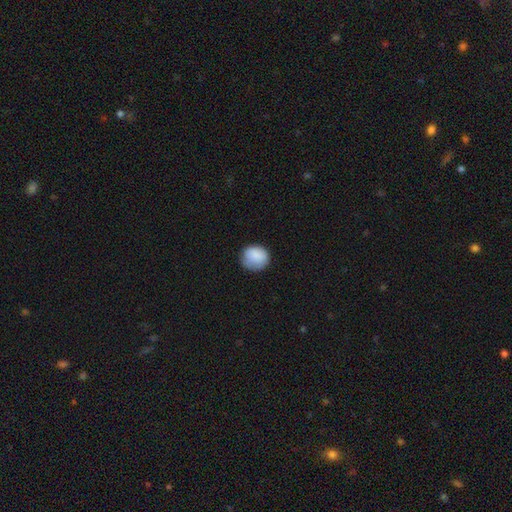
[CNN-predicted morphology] smooth_or_featured: smooth (p=0.87) [alt: star or artifact p=0.07]
how_rounded: round (p=0.81) [alt: in between p=0.18]
merging: none (p=0.75) [alt: minor disturbance p=0.20]